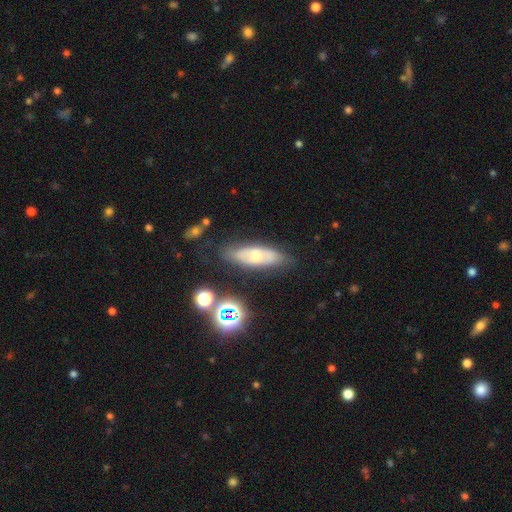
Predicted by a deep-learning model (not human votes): Smooth or featured? featured or disk (48%)
Merging? none (76%)